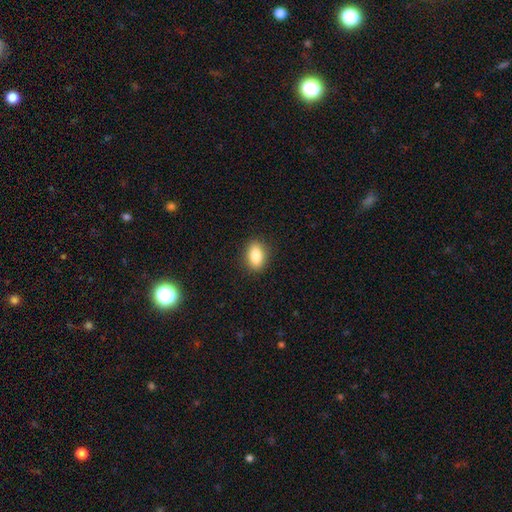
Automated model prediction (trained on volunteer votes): Overall: smooth (84%). How rounded: in between (82%). Merging: none (89%).